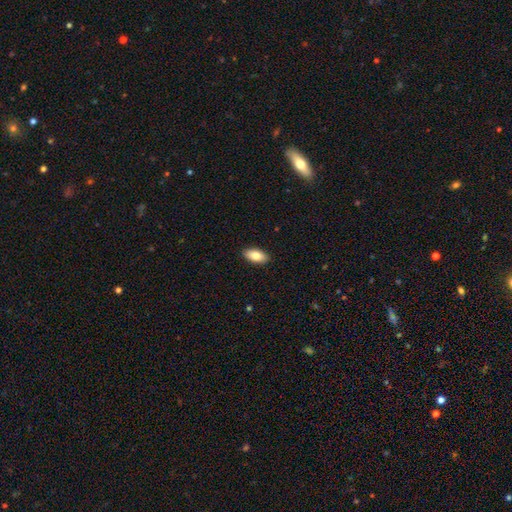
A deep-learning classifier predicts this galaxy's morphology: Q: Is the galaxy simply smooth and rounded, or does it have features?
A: smooth — 83%.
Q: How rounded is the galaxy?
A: in between — 92%.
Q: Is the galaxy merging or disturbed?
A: none — 90%.